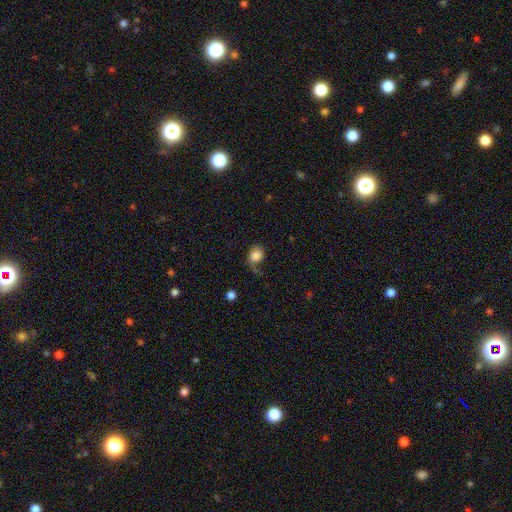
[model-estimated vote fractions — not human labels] Smooth or featured? smooth (83%)
How rounded? round (51%)
Merging? none (56%)